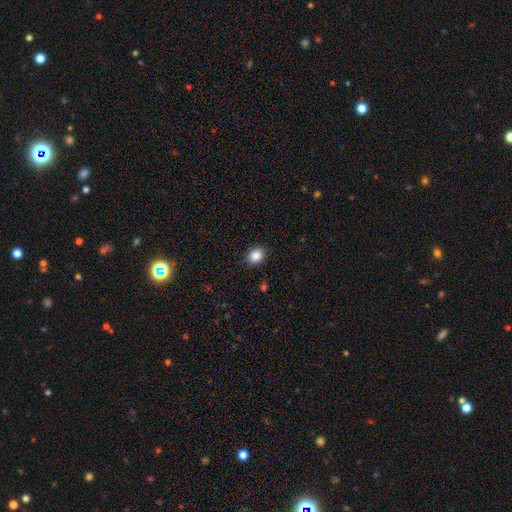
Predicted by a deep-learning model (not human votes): Overall: smooth (87%). How rounded: round (62%; in between 38%). Merging: none (90%).